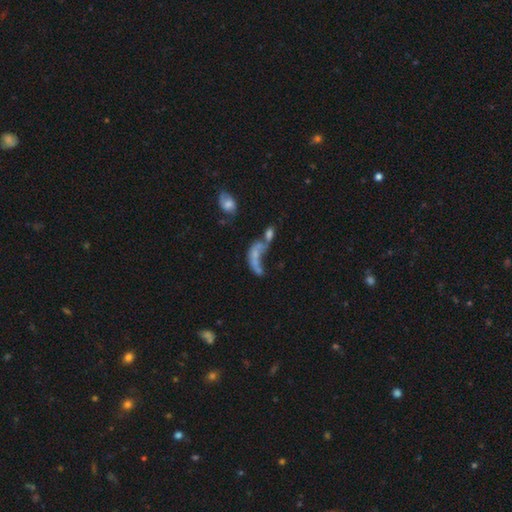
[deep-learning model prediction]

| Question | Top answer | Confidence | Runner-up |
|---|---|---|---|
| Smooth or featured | featured or disk | 47% | smooth (37%) |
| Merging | merger | 53% | major disturbance (26%) |